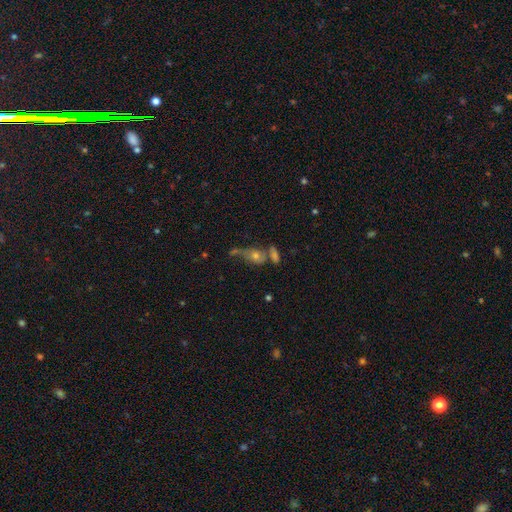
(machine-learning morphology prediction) Smooth or featured: featured or disk — 42% (smooth — 38%)
Merging: merger — 40% (none — 30%)